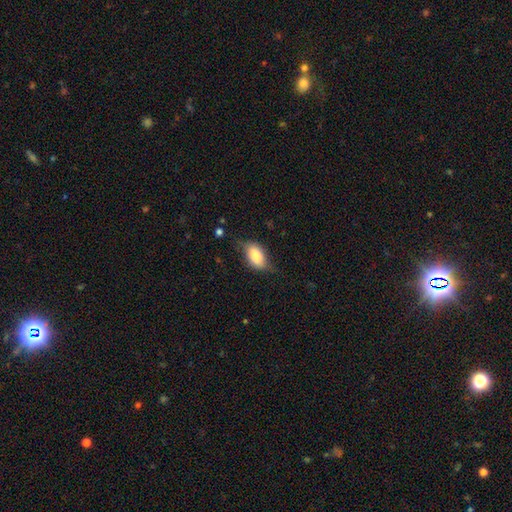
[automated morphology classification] Smooth or featured? Predicted: smooth (p=0.76). How rounded? Predicted: in between (p=0.89). Merging? Predicted: none (p=0.55).